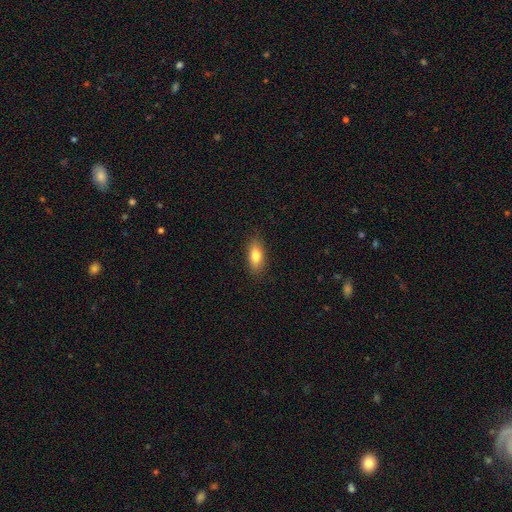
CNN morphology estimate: This appears to be a smooth galaxy with no disk features (81%) that is in between round and cigar-shaped (81%). Merging: none (87%).